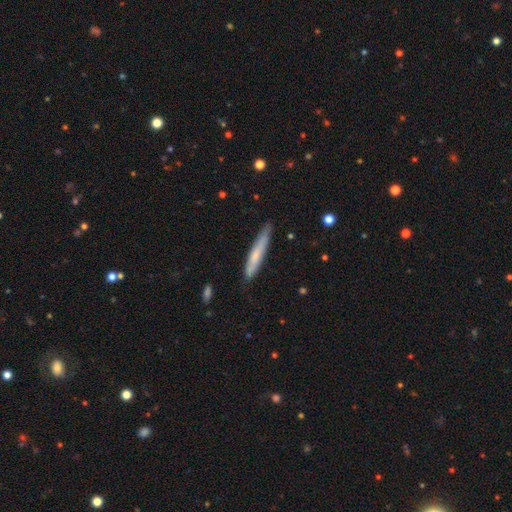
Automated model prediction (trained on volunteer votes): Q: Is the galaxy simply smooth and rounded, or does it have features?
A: smooth — 66%.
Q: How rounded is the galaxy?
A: cigar-shaped — 94%.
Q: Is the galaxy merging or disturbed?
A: none — 81%.